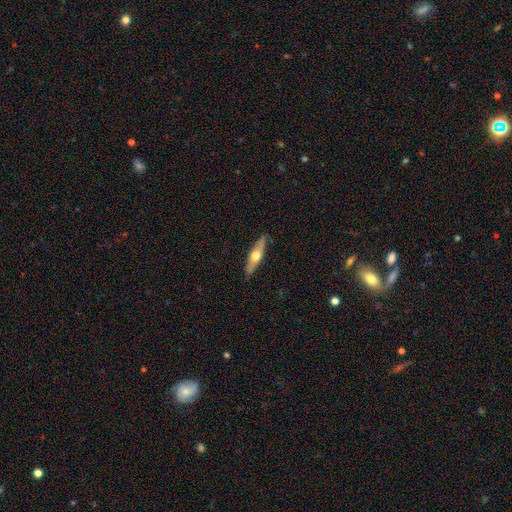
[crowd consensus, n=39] Smooth or featured? featured or disk (54%)
Edge-on disk? yes (86%)
Edge-on bulge? rounded (100%)
Merging? none (89%)